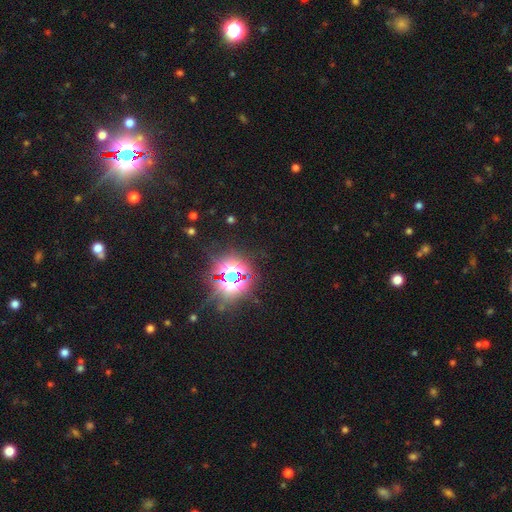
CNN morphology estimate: Overall: star or artifact (83%).